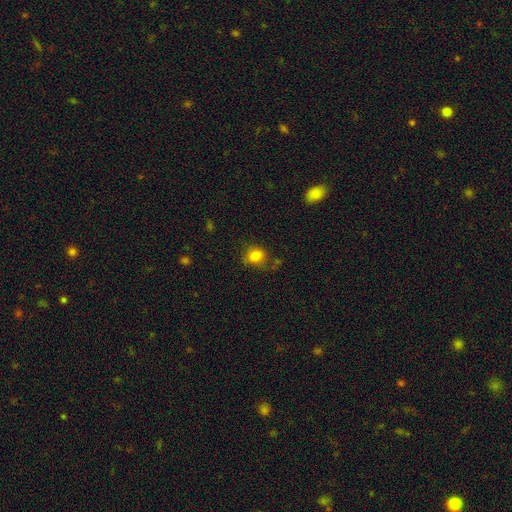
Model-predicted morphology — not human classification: Q: Smooth or featured?
A: smooth (81%); runner-up: star or artifact (11%)
Q: How rounded?
A: round (62%); runner-up: in between (37%)
Q: Merging?
A: none (67%); runner-up: minor disturbance (21%)